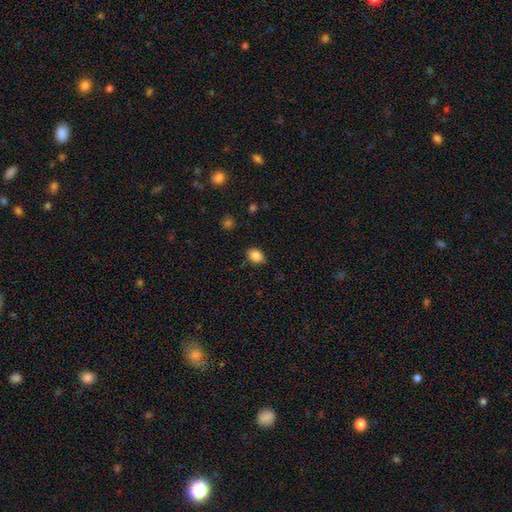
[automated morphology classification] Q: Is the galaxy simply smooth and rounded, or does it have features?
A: smooth — 86%.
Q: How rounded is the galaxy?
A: in between — 81%.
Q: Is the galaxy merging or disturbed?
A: none — 82%.